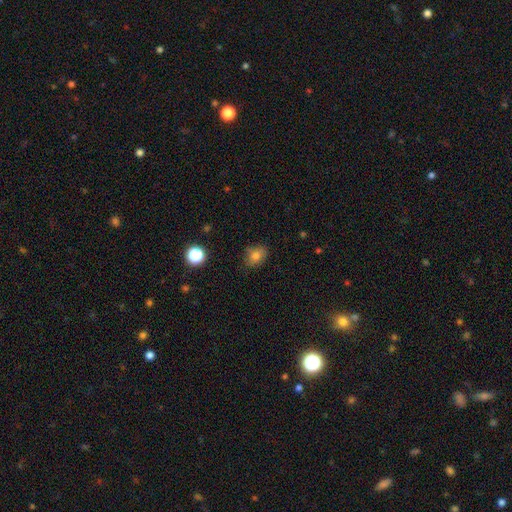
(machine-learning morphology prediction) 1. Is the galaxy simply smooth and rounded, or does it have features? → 79% smooth, 12% star or artifact, 9% featured or disk.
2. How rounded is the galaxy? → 55% in between, 44% round, 1% cigar-shaped.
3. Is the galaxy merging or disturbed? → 77% none, 17% minor disturbance, 4% major disturbance, 2% merger.